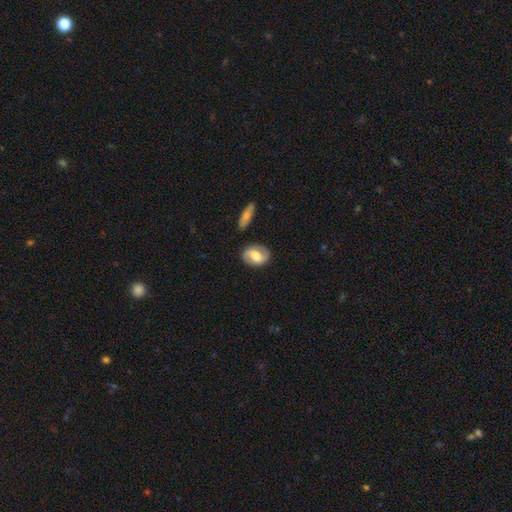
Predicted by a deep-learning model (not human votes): featured or disk 57%, smooth 37%, star or artifact 6%. Down the decision tree: edge-on disk — no (95%); bar — weak (46%); spiral arms — yes (82%); bulge size — moderate (57%); merging — none (80%).